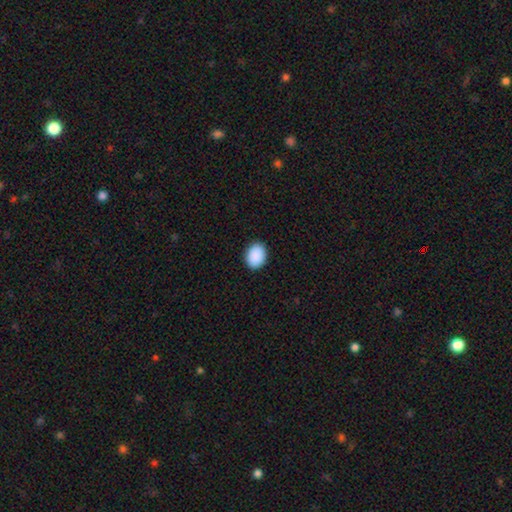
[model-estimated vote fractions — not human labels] Smooth or featured? Predicted: smooth (p=0.91). How rounded? Predicted: in between (p=0.72). Merging? Predicted: none (p=0.90).